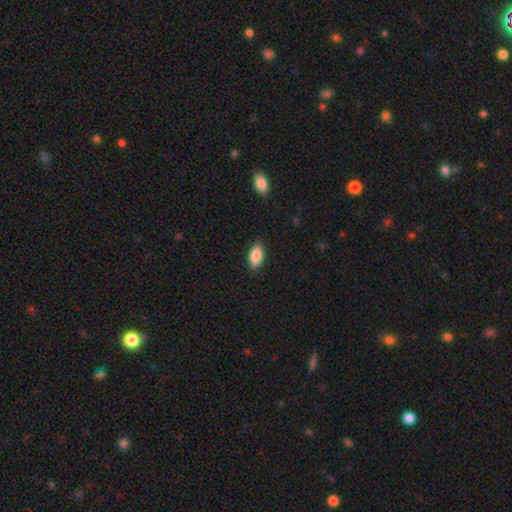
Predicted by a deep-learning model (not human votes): Overall: smooth (85%). How rounded: in between (89%). Merging: none (88%).